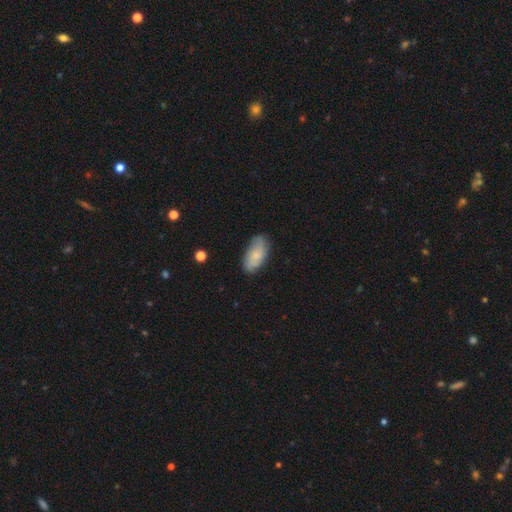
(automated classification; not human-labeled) Smooth or featured: smooth — 68% (featured or disk — 25%)
How rounded: in between — 91% (cigar-shaped — 7%)
Merging: none — 74% (minor disturbance — 20%)